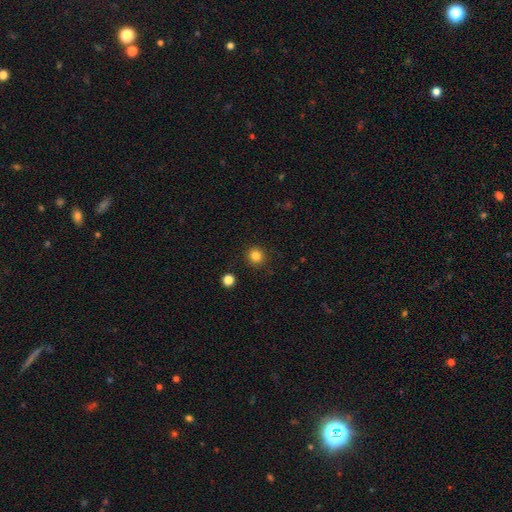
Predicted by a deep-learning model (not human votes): Overall: smooth (84%). How rounded: round (93%). Merging: none (91%).